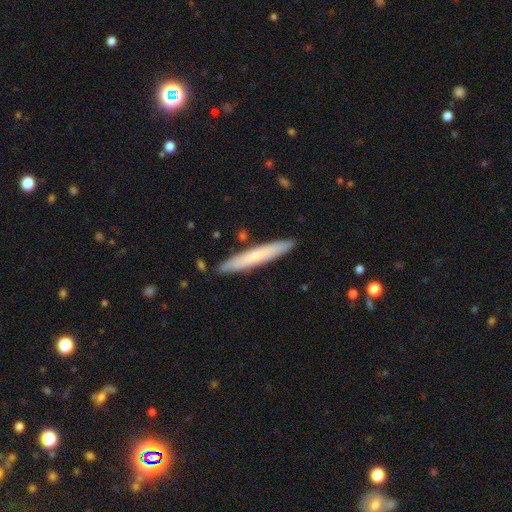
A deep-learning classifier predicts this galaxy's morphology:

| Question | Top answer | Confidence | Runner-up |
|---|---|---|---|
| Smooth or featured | smooth | 65% | featured or disk (30%) |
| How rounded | cigar-shaped | 94% | in between (4%) |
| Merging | none | 88% | minor disturbance (8%) |